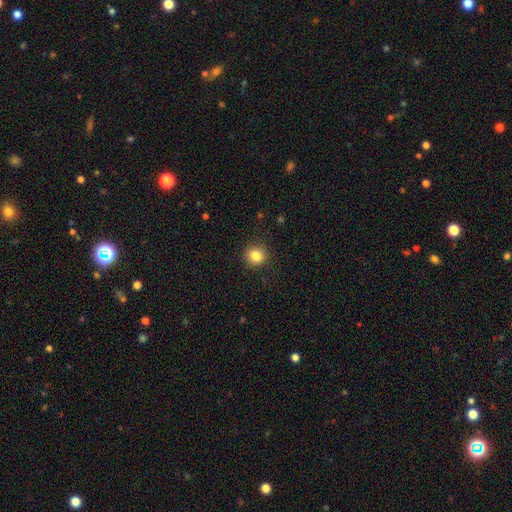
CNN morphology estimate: Q: Smooth or featured?
A: smooth (84%); runner-up: star or artifact (11%)
Q: How rounded?
A: round (91%); runner-up: in between (8%)
Q: Merging?
A: none (90%); runner-up: minor disturbance (6%)